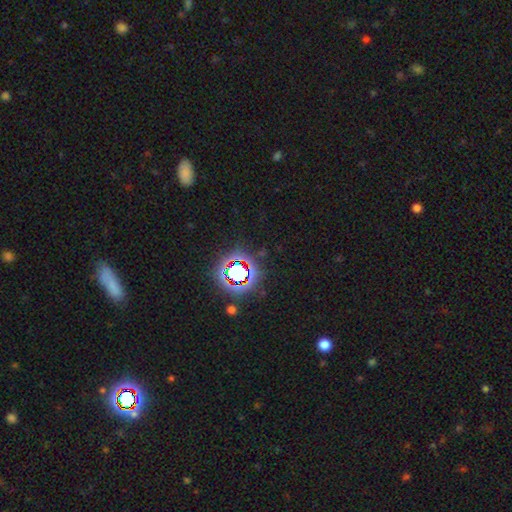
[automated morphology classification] The model was most divided on "smooth or featured": star or artifact: 80%, smooth: 12%, featured or disk: 8%.